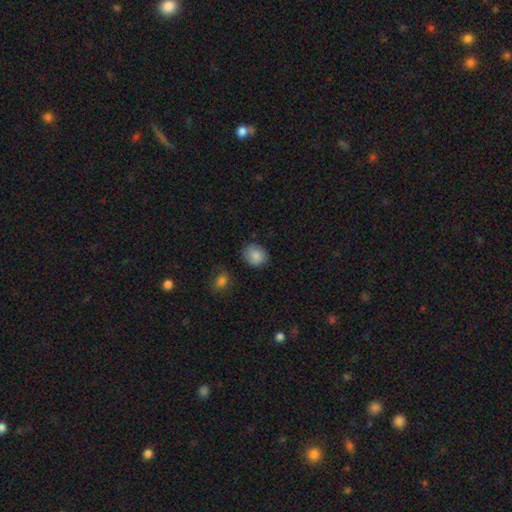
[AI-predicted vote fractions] The model was most divided on "how rounded": round: 63%, in between: 36%, cigar-shaped: 1%. More confident: smooth or featured — smooth (86%); merging — none (81%).